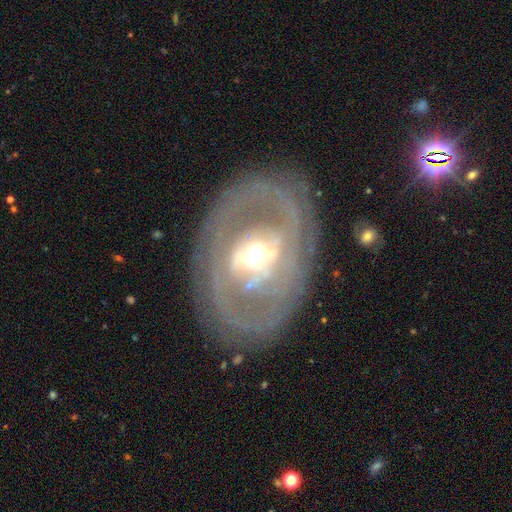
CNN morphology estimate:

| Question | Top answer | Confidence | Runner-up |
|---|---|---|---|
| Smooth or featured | featured or disk | 81% | smooth (13%) |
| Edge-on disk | no | 92% | yes (8%) |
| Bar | strong | 41% | weak (33%) |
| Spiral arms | yes | 57% | no (43%) |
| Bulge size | moderate | 63% | large (19%) |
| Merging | none | 73% | minor disturbance (14%) |